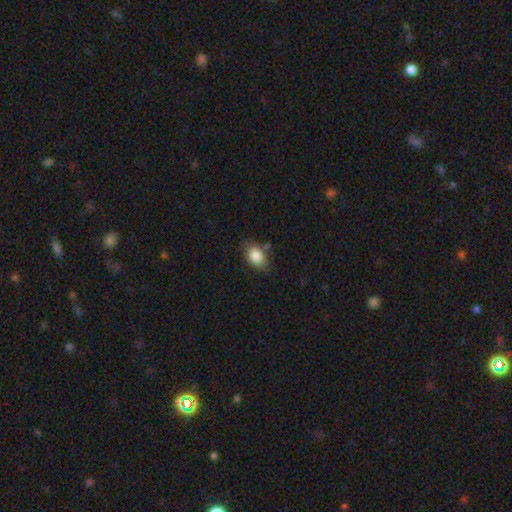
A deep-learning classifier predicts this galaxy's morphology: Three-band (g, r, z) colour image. It shows a smooth galaxy with no disk features (84%) that is in between round and cigar-shaped (79%). Merging: none (73%).